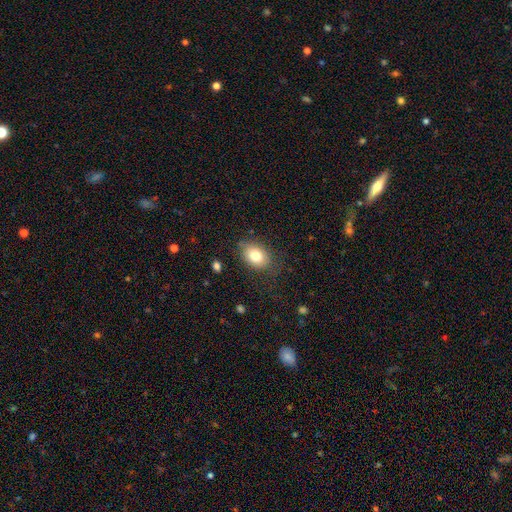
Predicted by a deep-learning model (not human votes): Overall: smooth (80%). How rounded: in between (72%). Merging: none (77%).